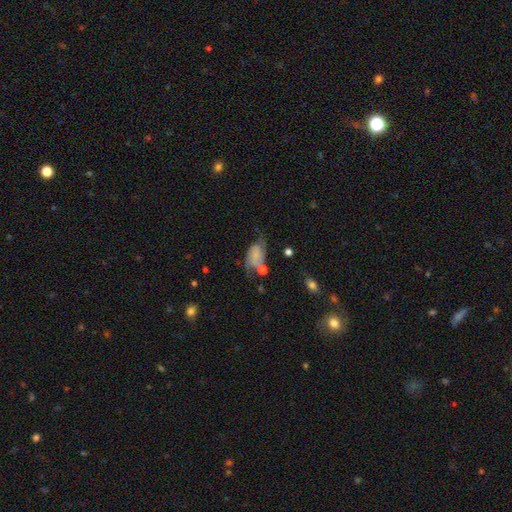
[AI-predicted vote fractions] A featured or disk galaxy (54%) with no bar (60%), spiral arms (86%) and no central bulge (44%). Merging: none (40%).